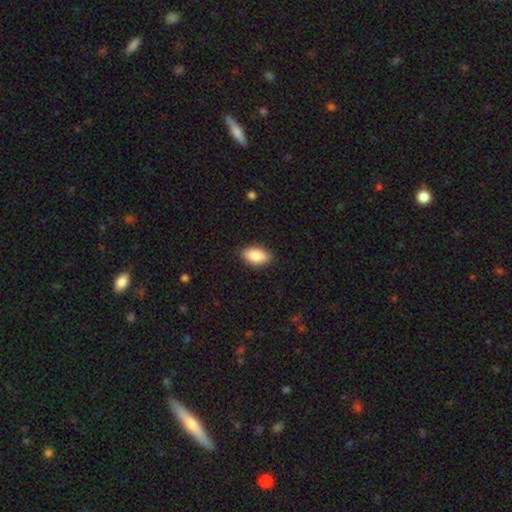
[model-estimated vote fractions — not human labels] smooth-or-featured: smooth: 87% | star or artifact: 7% | featured or disk: 7%
  how-rounded: in between: 90% | cigar-shaped: 6% | round: 4%
  merging: none: 86% | minor disturbance: 11% | major disturbance: 2% | merger: 1%